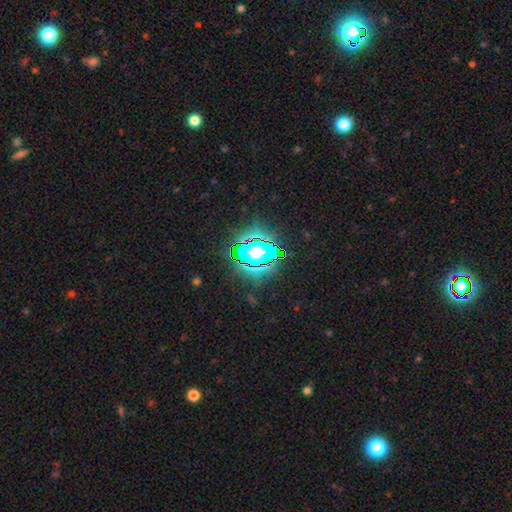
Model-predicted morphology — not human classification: smooth_or_featured: star or artifact (p=0.74) [alt: smooth p=0.15]